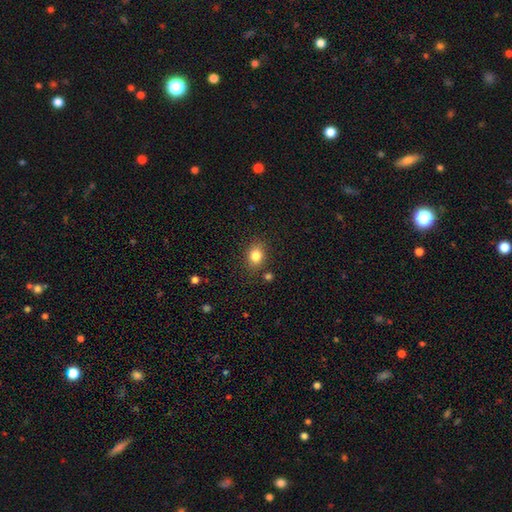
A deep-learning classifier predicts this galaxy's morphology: This appears to be a smooth galaxy with no disk features (82%) that is in between round and cigar-shaped (51%). Merging: none (82%).